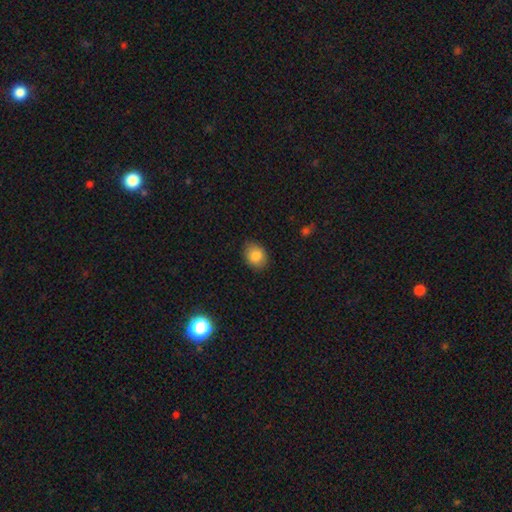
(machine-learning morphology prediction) smooth 85%, star or artifact 8%, featured or disk 7%. Down the decision tree: how rounded — in between (54%); merging — none (84%).